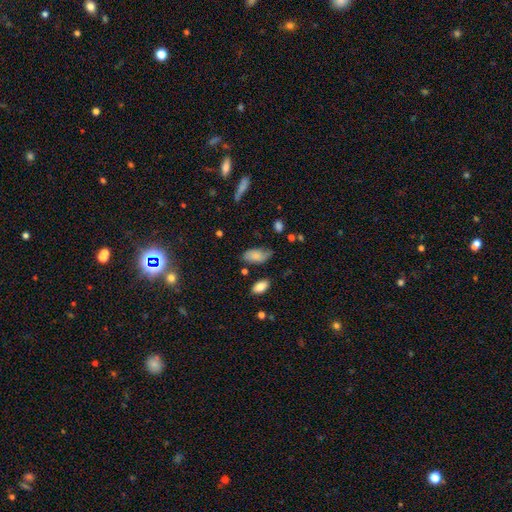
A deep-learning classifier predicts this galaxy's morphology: A smooth galaxy with no disk features (75%) that is in between round and cigar-shaped (94%).

Vote fractions:
- Smooth or featured? smooth: 75% / featured or disk: 17% / star or artifact: 8%
- How rounded? in between: 94% / cigar-shaped: 3% / round: 3%
- Merging? none: 58% / minor disturbance: 30% / major disturbance: 8% / merger: 4%